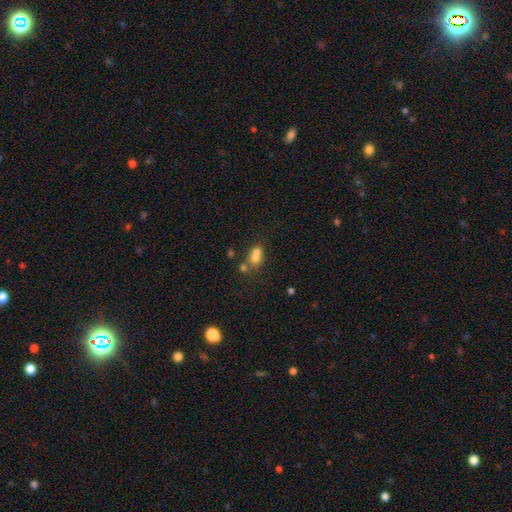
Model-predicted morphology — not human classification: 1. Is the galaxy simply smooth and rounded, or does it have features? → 68% smooth, 18% featured or disk, 14% star or artifact.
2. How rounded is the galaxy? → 55% in between, 42% round, 3% cigar-shaped.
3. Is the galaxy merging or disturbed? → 56% merger, 30% none, 9% minor disturbance, 5% major disturbance.